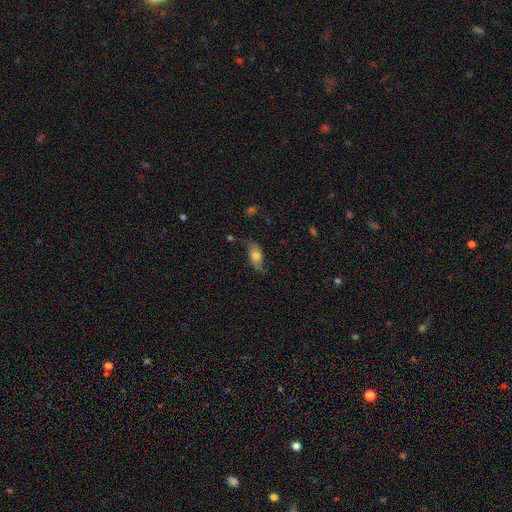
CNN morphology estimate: Smooth or featured?
  - featured or disk: 54% *
  - smooth: 38%
  - star or artifact: 9%
Edge-on disk?
  - no: 85% *
  - yes: 15%
Merging?
  - none: 60% *
  - minor disturbance: 24%
  - major disturbance: 13%
  - merger: 3%